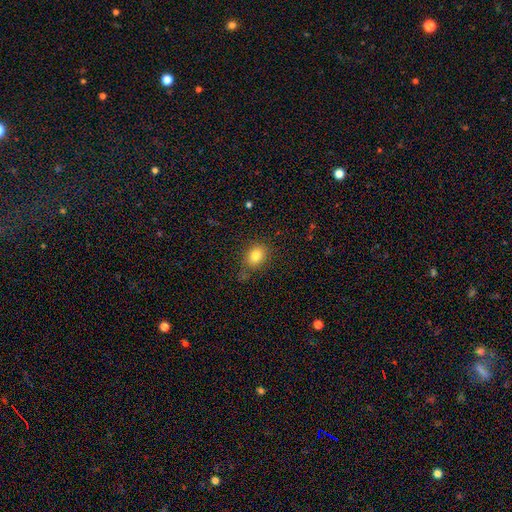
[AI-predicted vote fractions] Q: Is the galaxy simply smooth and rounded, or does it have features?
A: smooth — 81%.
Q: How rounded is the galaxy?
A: in between — 56%.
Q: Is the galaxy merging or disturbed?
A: none — 75%.